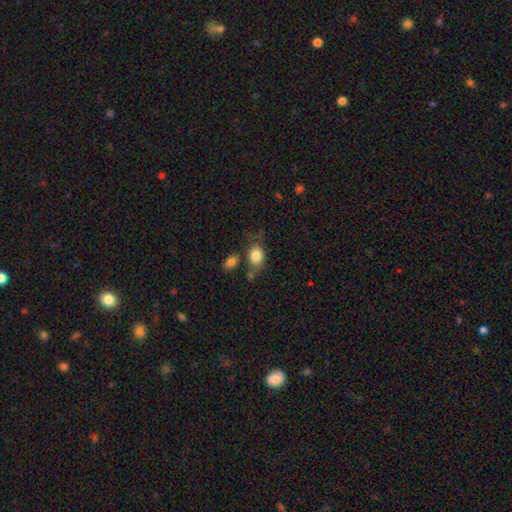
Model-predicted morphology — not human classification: smooth_or_featured: smooth (p=0.82) [alt: featured or disk p=0.10]
how_rounded: in between (p=0.71) [alt: round p=0.27]
merging: none (p=0.54) [alt: minor disturbance p=0.21]